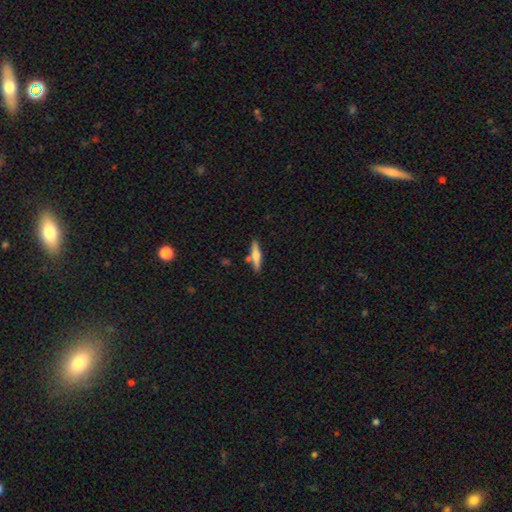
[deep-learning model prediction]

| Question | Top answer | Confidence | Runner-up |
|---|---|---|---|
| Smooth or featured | smooth | 57% | featured or disk (37%) |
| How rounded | cigar-shaped | 83% | in between (15%) |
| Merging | none | 79% | minor disturbance (11%) |